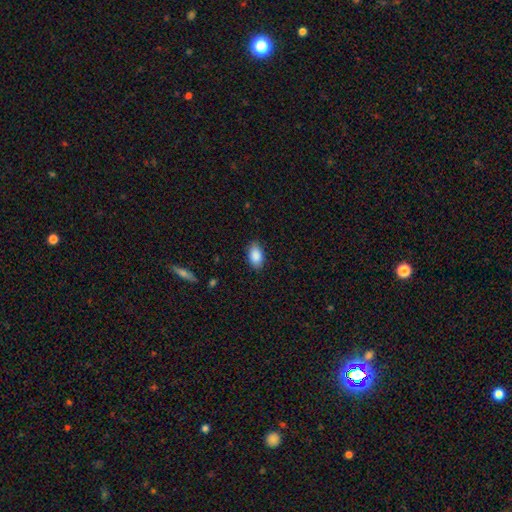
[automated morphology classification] A smooth galaxy with no disk features (89%) that is in between round and cigar-shaped (91%). Merging: none (84%).